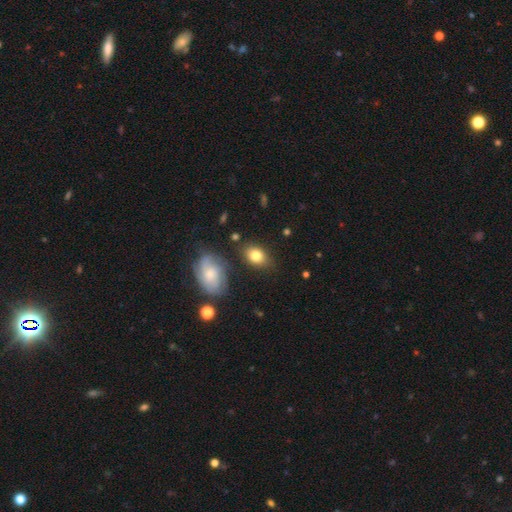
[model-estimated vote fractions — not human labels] Morphology: type=smooth (80%); roundness=in between (76%); merging=none (78%).